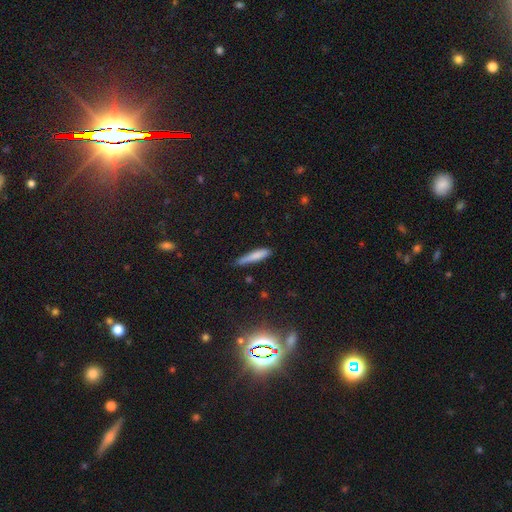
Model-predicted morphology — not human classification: The model was most divided on "merging": none: 70%, minor disturbance: 24%, major disturbance: 4%, merger: 2%. More confident: how rounded — cigar-shaped (89%); smooth or featured — smooth (79%).